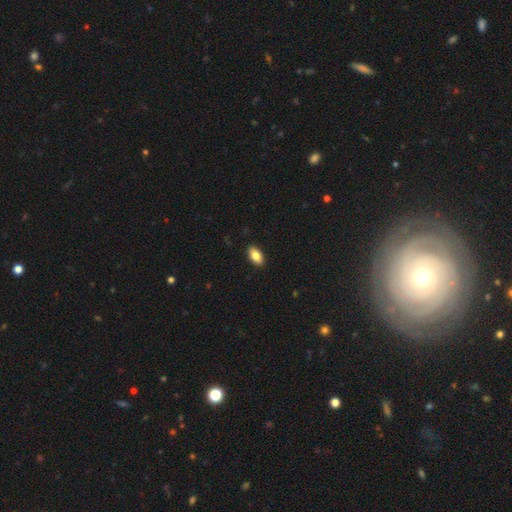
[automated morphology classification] A smooth galaxy with no disk features (84%) that is in between round and cigar-shaped (93%). Merging: none (90%).